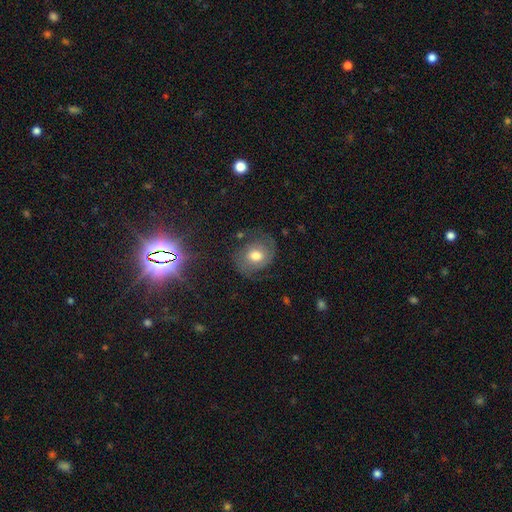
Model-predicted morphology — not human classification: This appears to be a featured or disk galaxy (53%) with no bar (68%), spiral arms (81%) and a moderate central bulge (67%). Merging: none (68%).